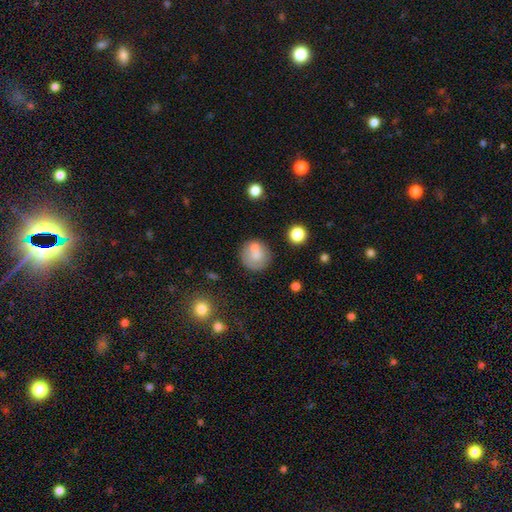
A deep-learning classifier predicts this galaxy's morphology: smooth 73%, featured or disk 17%, star or artifact 10%. Down the decision tree: how rounded — round (91%); merging — none (64%).